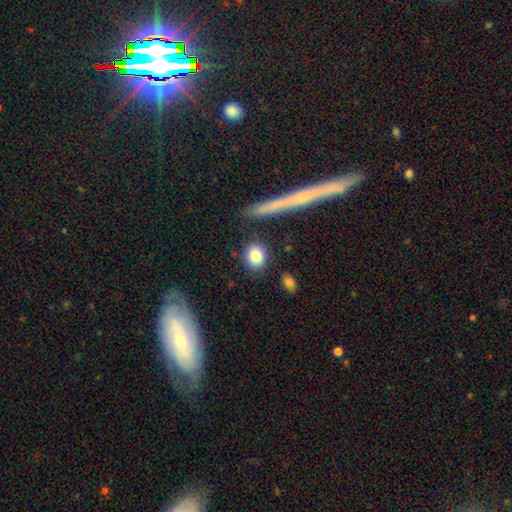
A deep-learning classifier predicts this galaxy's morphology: Overall: smooth (82%). How rounded: round (66%; in between 31%). Merging: none (84%).